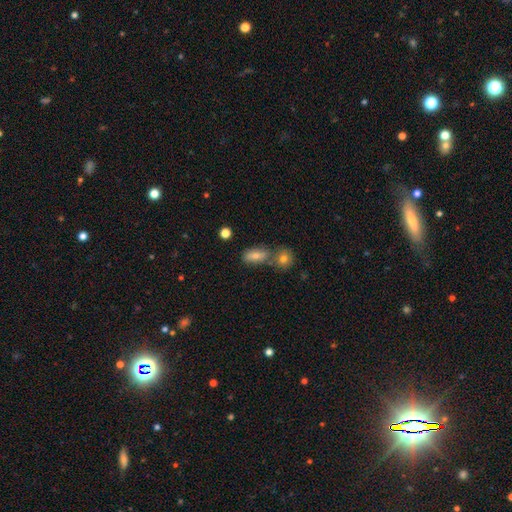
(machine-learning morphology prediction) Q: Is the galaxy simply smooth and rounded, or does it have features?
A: smooth — 65%.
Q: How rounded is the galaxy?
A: in between — 78%.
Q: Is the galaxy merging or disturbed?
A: none — 52%.